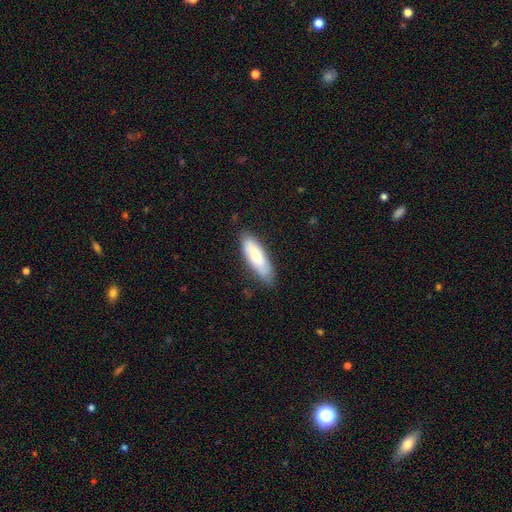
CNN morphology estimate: Q: Smooth or featured?
A: smooth (75%); runner-up: featured or disk (20%)
Q: How rounded?
A: in between (53%); runner-up: cigar-shaped (46%)
Q: Merging?
A: none (77%); runner-up: minor disturbance (18%)